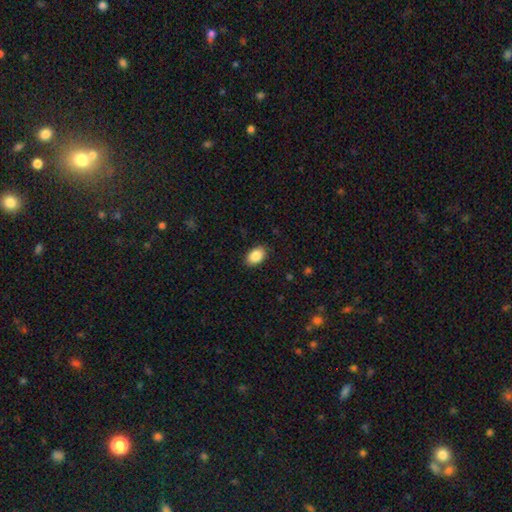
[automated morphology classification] The model was most divided on "merging": none: 88%, minor disturbance: 9%, major disturbance: 2%, merger: 1%. More confident: how rounded — in between (89%); smooth or featured — smooth (88%).